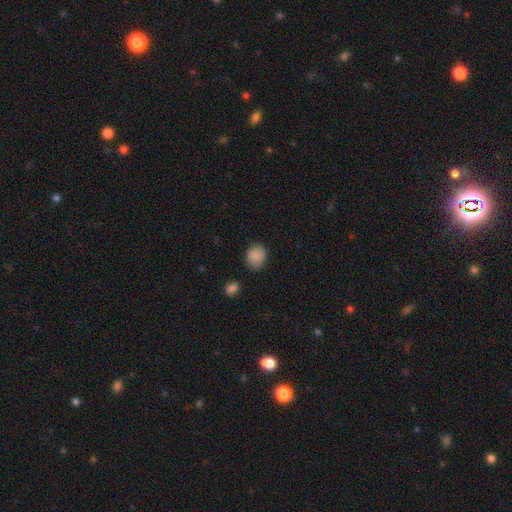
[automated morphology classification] Q: Smooth or featured?
A: smooth (87%); runner-up: star or artifact (9%)
Q: How rounded?
A: round (73%); runner-up: in between (26%)
Q: Merging?
A: none (79%); runner-up: minor disturbance (16%)